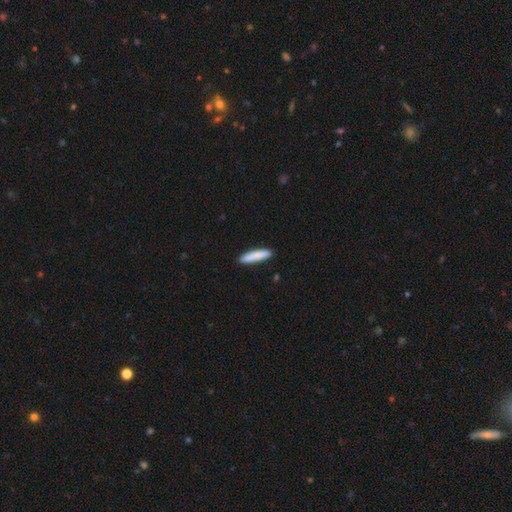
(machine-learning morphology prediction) Overall: smooth (85%). How rounded: cigar-shaped (88%). Merging: none (90%).